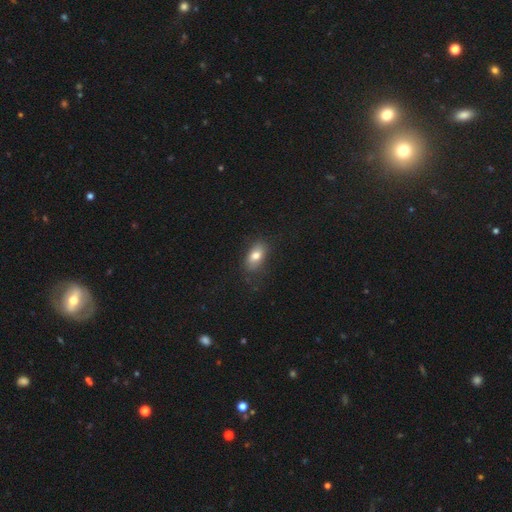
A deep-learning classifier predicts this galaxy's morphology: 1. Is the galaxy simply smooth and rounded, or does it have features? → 77% smooth, 14% featured or disk, 9% star or artifact.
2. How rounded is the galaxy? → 87% in between, 9% round, 4% cigar-shaped.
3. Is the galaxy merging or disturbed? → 74% none, 18% minor disturbance, 7% major disturbance, 1% merger.